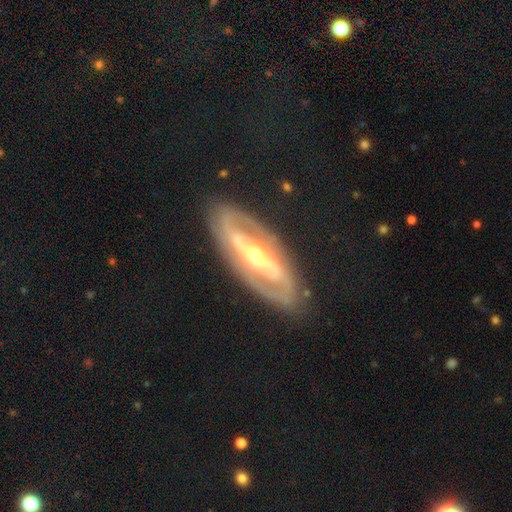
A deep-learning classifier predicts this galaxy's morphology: type=featured or disk (86%); edge-on=no (88%); bar=strong (59%); spiral arms=yes (79%); winding=tight (43%); arm count=2 (84%); bulge=moderate (59%); merging=none (83%).